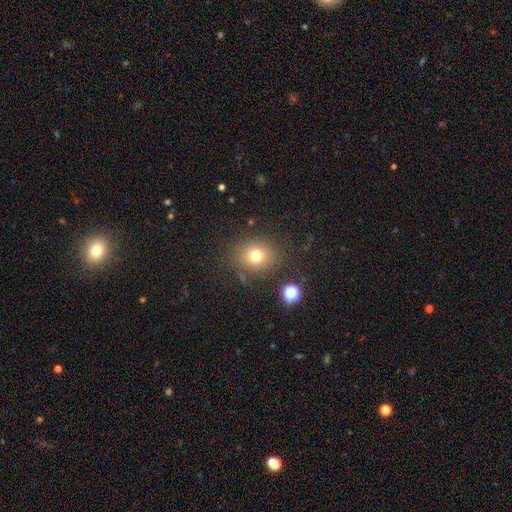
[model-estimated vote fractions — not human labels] Smooth or featured?
  - smooth: 74% *
  - star or artifact: 16%
  - featured or disk: 10%
How rounded?
  - round: 72% *
  - in between: 27%
  - cigar-shaped: 1%
Merging?
  - none: 82% *
  - minor disturbance: 10%
  - major disturbance: 5%
  - merger: 3%